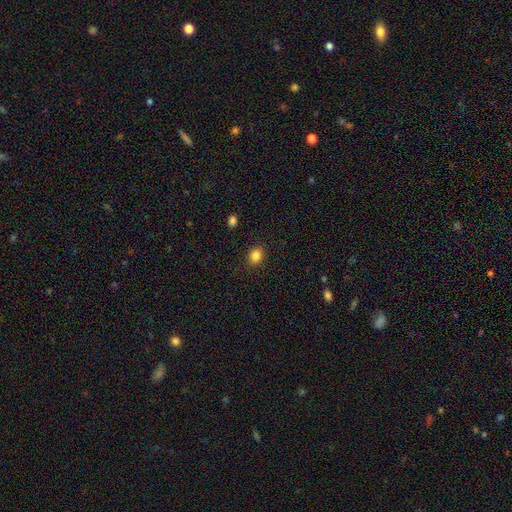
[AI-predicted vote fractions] Smooth or featured? Predicted: smooth (p=0.85). How rounded? Predicted: in between (p=0.50). Merging? Predicted: none (p=0.89).